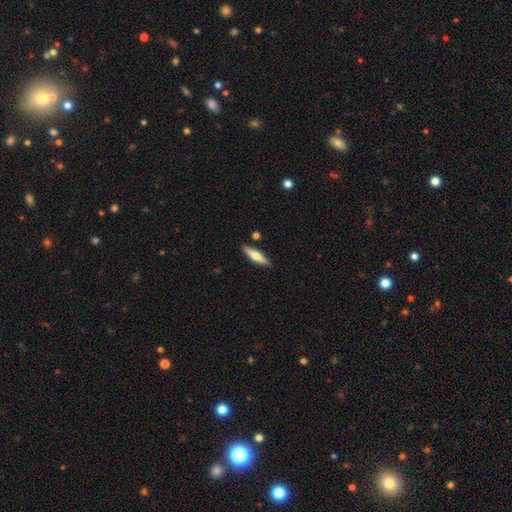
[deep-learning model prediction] This is possibly a smooth galaxy (55%). How rounded: likely cigar-shaped (74%). Merging: clearly none (87%).